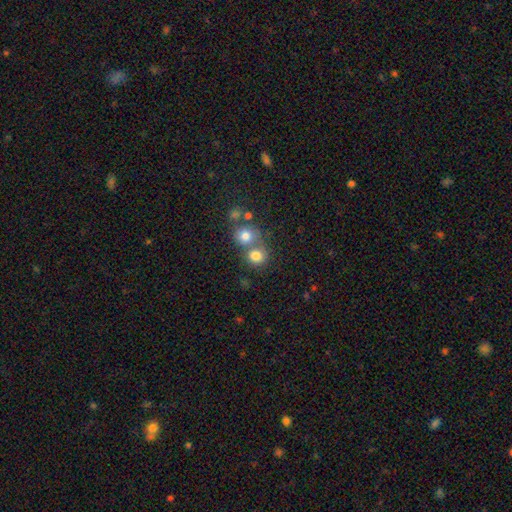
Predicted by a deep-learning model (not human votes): A smooth galaxy with no disk features (78%) that is round (82%). Merging: none (46%).